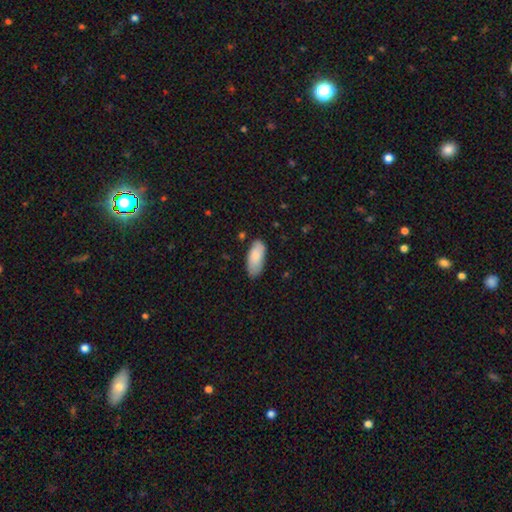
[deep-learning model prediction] A smooth galaxy with no disk features (85%) that is in between round and cigar-shaped (88%).

Vote fractions:
- Smooth or featured? smooth: 85% / featured or disk: 10% / star or artifact: 6%
- How rounded? in between: 88% / cigar-shaped: 10% / round: 2%
- Merging? none: 74% / minor disturbance: 21% / major disturbance: 4% / merger: 2%